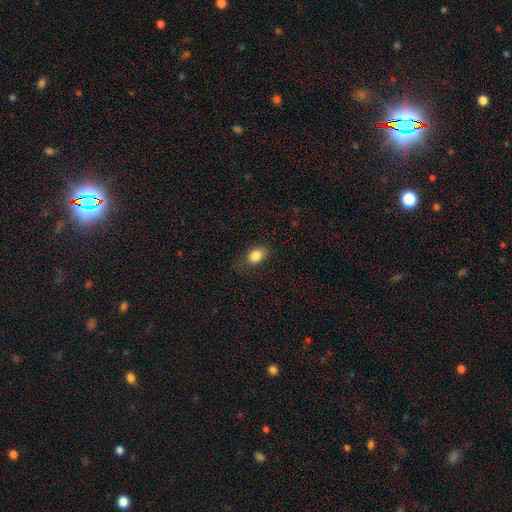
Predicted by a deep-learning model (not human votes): This is clearly a smooth galaxy (84%). How rounded: likely in between (69%). Merging: likely none (73%).